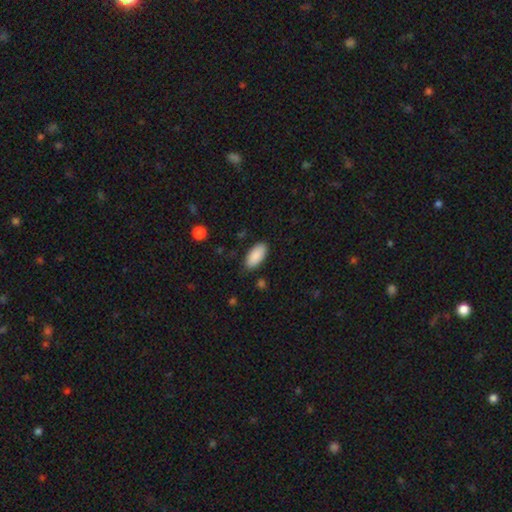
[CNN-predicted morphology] The model was most divided on "merging": none: 86%, minor disturbance: 10%, major disturbance: 2%, merger: 1%. More confident: how rounded — in between (92%); smooth or featured — smooth (90%).